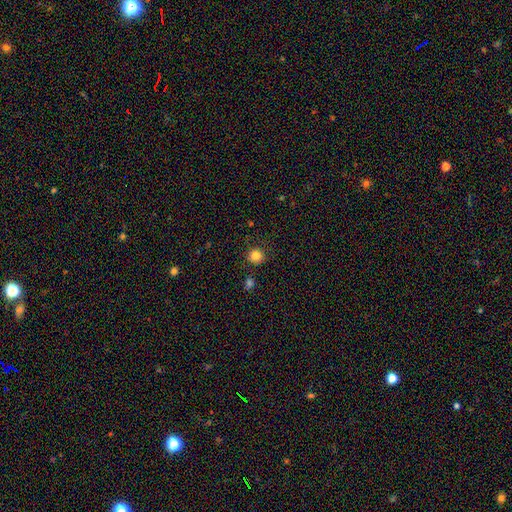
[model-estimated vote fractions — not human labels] Q: Smooth or featured?
A: smooth (84%); runner-up: star or artifact (12%)
Q: How rounded?
A: round (91%); runner-up: in between (8%)
Q: Merging?
A: none (86%); runner-up: minor disturbance (8%)